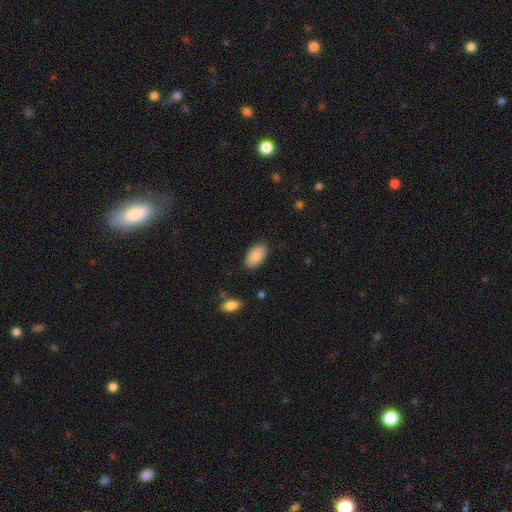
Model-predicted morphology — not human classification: Smooth or featured? Predicted: smooth (p=0.90). How rounded? Predicted: in between (p=0.95). Merging? Predicted: none (p=0.87).